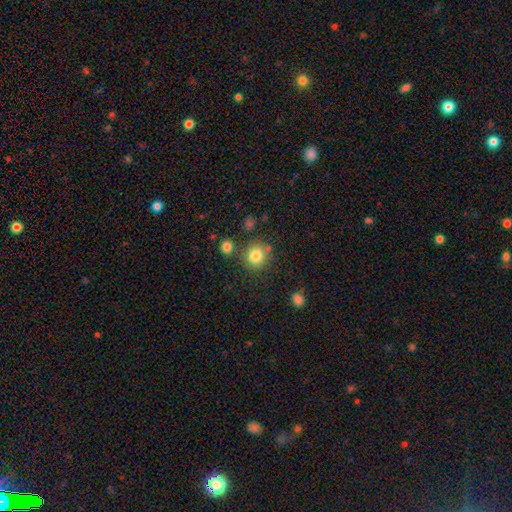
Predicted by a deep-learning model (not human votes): The model was most divided on "merging": none: 78%, minor disturbance: 10%, merger: 9%, major disturbance: 3%. More confident: how rounded — round (90%); smooth or featured — smooth (81%).